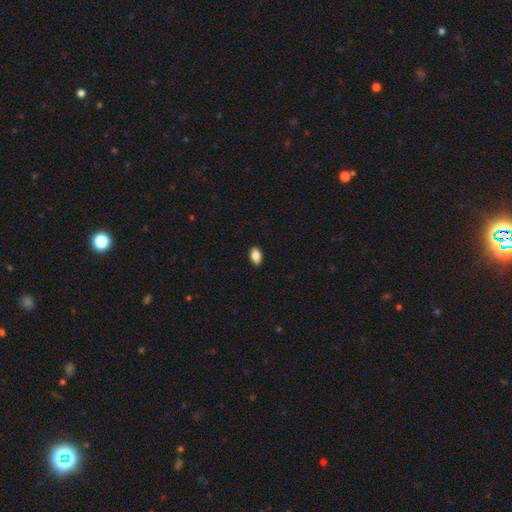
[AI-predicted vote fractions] Smooth or featured: smooth — 88% (star or artifact — 8%)
How rounded: in between — 91% (round — 8%)
Merging: none — 90% (minor disturbance — 8%)